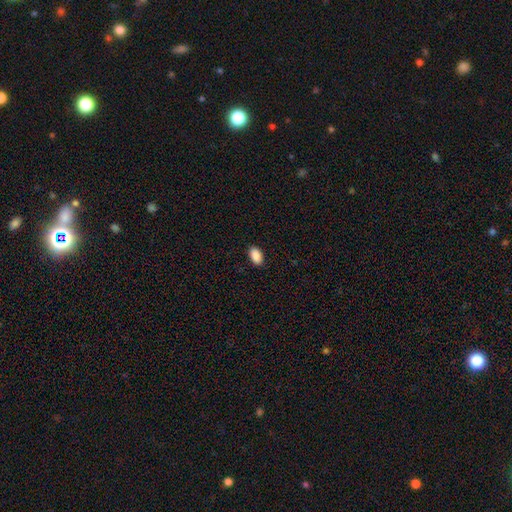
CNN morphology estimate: Smooth or featured? smooth (90%)
How rounded? in between (92%)
Merging? none (89%)